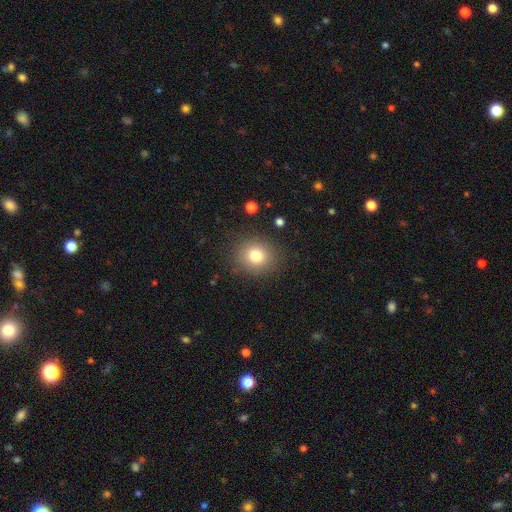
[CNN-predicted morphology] smooth 78%, star or artifact 13%, featured or disk 9%. Down the decision tree: how rounded — round (83%); merging — none (86%).